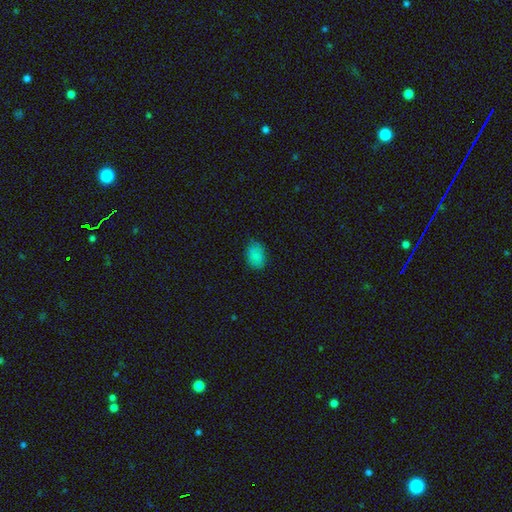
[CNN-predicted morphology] A smooth galaxy with no disk features (84%) that is in between round and cigar-shaped (84%). Merging: none (79%).